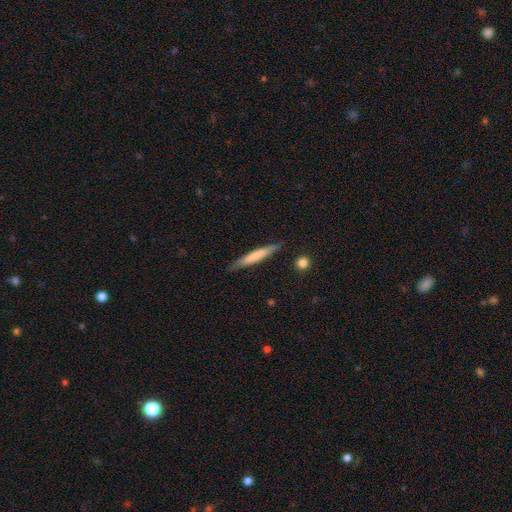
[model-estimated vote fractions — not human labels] The model was most divided on "smooth or featured": smooth: 64%, featured or disk: 30%, star or artifact: 5%. More confident: how rounded — cigar-shaped (94%); merging — none (84%).